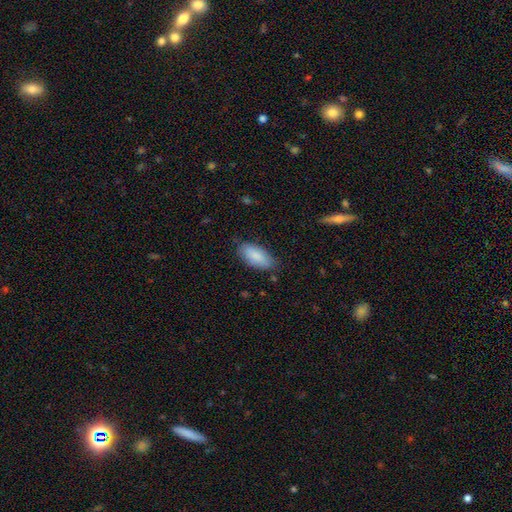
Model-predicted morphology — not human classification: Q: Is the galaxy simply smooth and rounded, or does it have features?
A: smooth — 86%.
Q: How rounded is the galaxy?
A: in between — 86%.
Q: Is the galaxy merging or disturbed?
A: none — 80%.